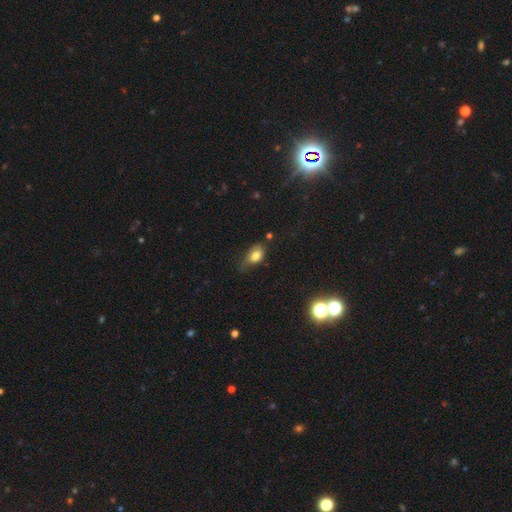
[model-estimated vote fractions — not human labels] Smooth or featured? Predicted: smooth (p=0.77). How rounded? Predicted: in between (p=0.83). Merging? Predicted: none (p=0.47).